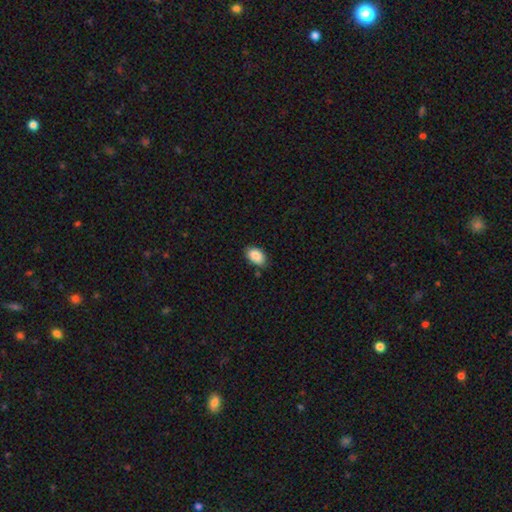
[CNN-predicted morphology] Overall: smooth (88%). How rounded: in between (90%). Merging: none (80%).